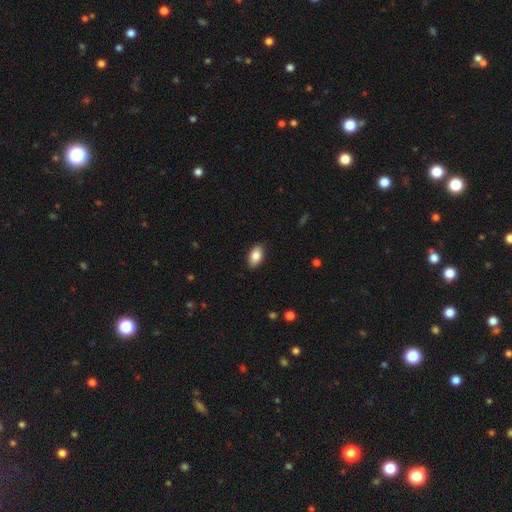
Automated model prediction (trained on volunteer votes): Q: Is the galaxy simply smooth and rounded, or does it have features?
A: smooth — 86%.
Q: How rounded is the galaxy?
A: in between — 92%.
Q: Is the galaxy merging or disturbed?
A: none — 88%.